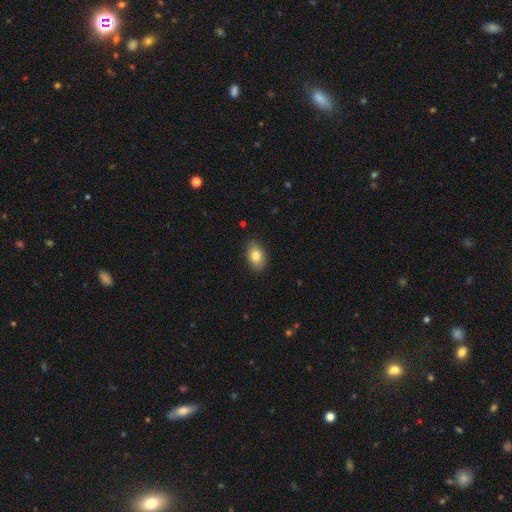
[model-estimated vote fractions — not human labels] smooth-or-featured: smooth: 81% | featured or disk: 11% | star or artifact: 8%
  how-rounded: in between: 88% | round: 11% | cigar-shaped: 2%
  merging: none: 82% | minor disturbance: 14% | major disturbance: 2% | merger: 1%